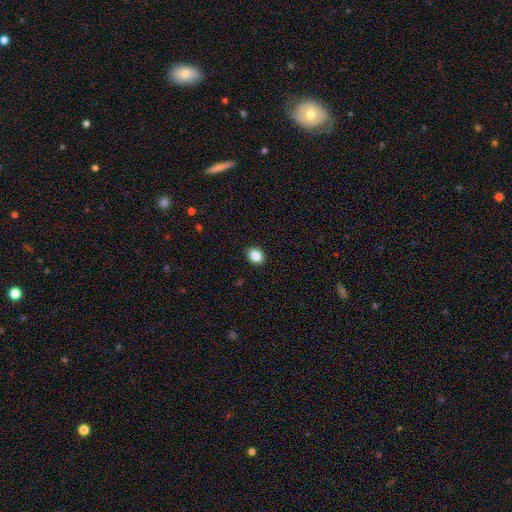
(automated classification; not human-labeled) A smooth galaxy with no disk features (86%) that is in between round and cigar-shaped (54%).

Vote fractions:
- Smooth or featured? smooth: 86% / star or artifact: 9% / featured or disk: 5%
- How rounded? in between: 54% / round: 45% / cigar-shaped: 1%
- Merging? none: 89% / minor disturbance: 8% / major disturbance: 2% / merger: 1%